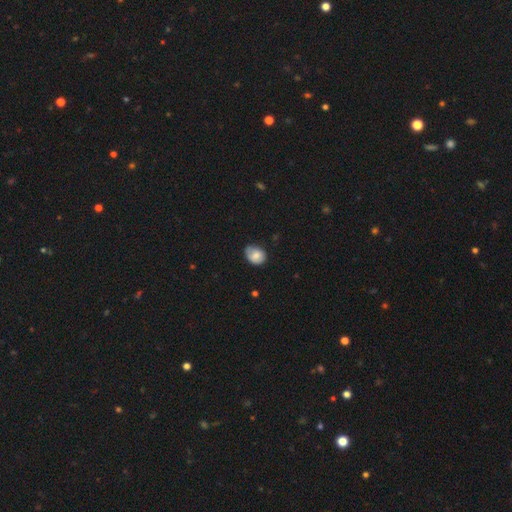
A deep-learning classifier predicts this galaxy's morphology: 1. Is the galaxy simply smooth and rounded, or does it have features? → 76% smooth, 16% featured or disk, 8% star or artifact.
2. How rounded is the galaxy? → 57% in between, 42% round, 1% cigar-shaped.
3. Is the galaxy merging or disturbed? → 57% none, 34% minor disturbance, 7% major disturbance, 2% merger.